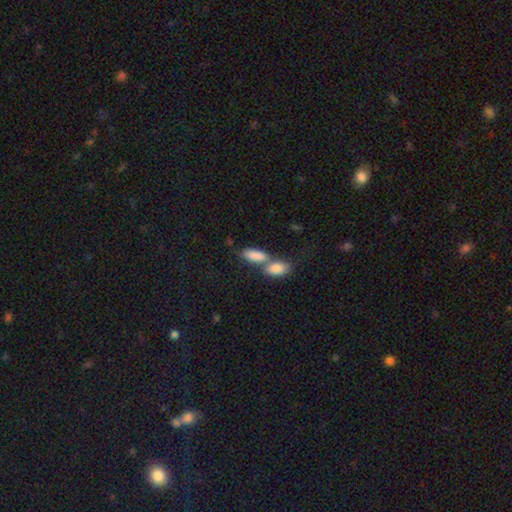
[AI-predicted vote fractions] Smooth or featured: smooth — 85% (featured or disk — 8%)
How rounded: in between — 86% (cigar-shaped — 11%)
Merging: merger — 59% (none — 29%)